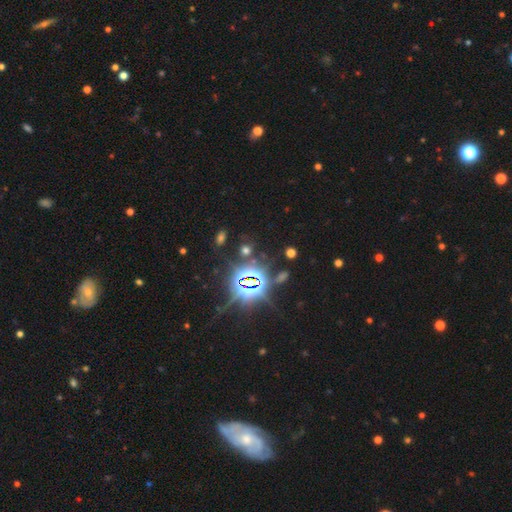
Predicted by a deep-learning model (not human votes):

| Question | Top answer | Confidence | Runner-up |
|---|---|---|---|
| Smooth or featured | star or artifact | 81% | smooth (10%) |